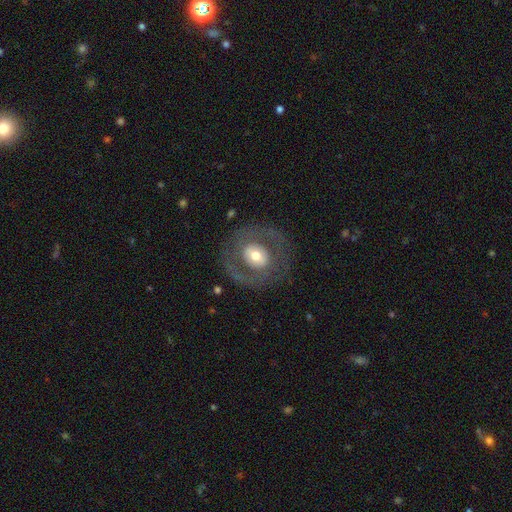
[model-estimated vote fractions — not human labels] smooth_or_featured: featured or disk (p=0.57) [alt: smooth p=0.36]
disk_edge_on: no (p=0.95) [alt: yes p=0.05]
bar: no (p=0.63) [alt: weak p=0.25]
has_spiral_arms: no (p=0.68) [alt: yes p=0.32]
bulge_size: moderate (p=0.63) [alt: large p=0.21]
merging: none (p=0.76) [alt: minor disturbance p=0.11]